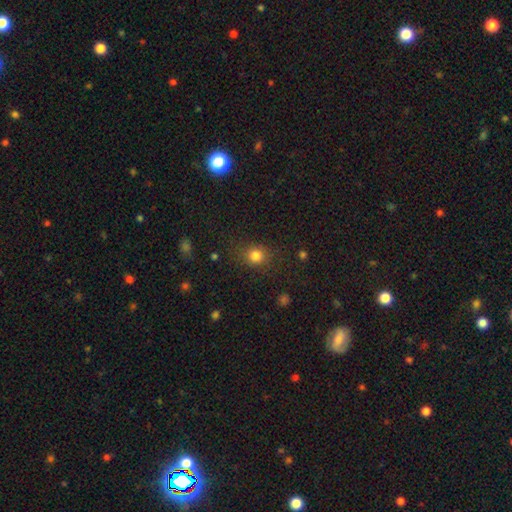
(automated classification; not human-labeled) Q: Smooth or featured?
A: smooth (81%); runner-up: star or artifact (13%)
Q: How rounded?
A: round (81%); runner-up: in between (18%)
Q: Merging?
A: none (83%); runner-up: minor disturbance (11%)